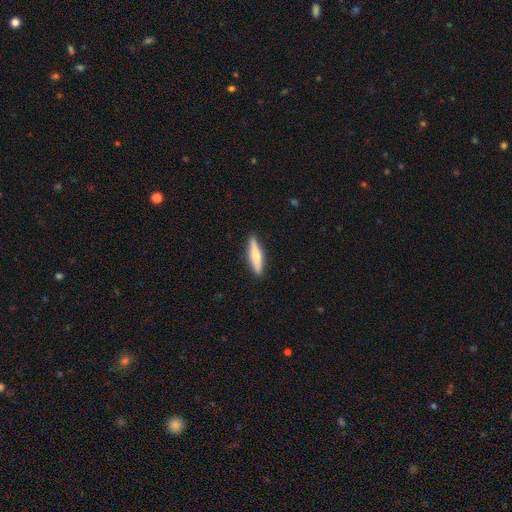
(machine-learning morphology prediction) The model was most divided on "smooth or featured": smooth: 56%, featured or disk: 39%, star or artifact: 6%. More confident: merging — none (90%); how rounded — cigar-shaped (80%).